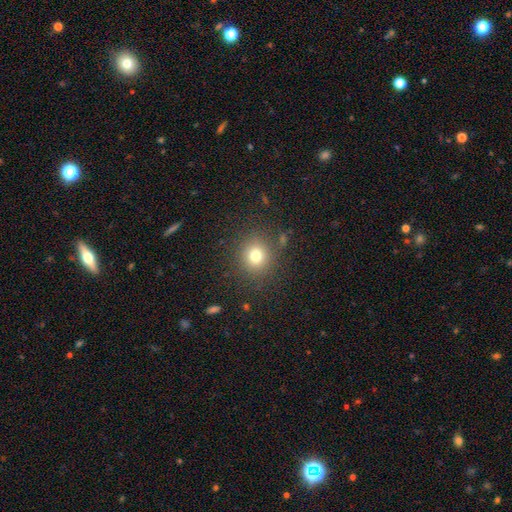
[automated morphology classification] Smooth or featured? Predicted: smooth (p=0.76). How rounded? Predicted: round (p=0.85). Merging? Predicted: none (p=0.85).